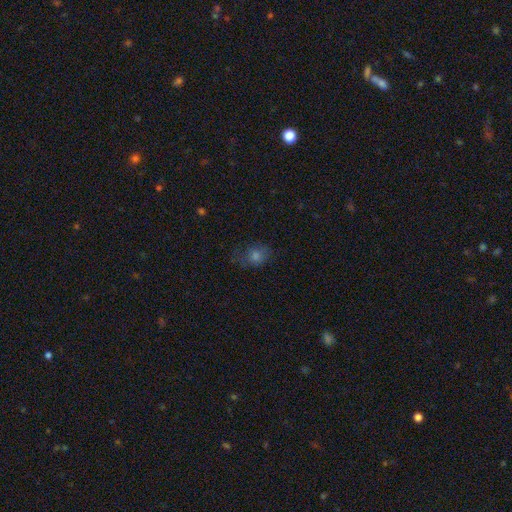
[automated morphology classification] smooth 61%, star or artifact 22%, featured or disk 17%. Down the decision tree: how rounded — round (52%); merging — none (64%).